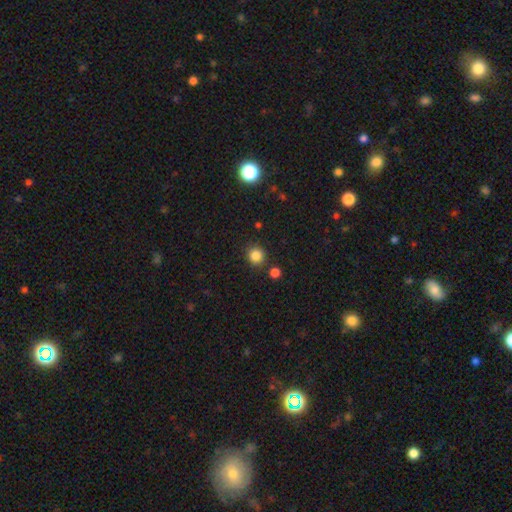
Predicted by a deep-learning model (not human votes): This is clearly a smooth galaxy (84%). How rounded: clearly round (91%). Merging: clearly none (84%).